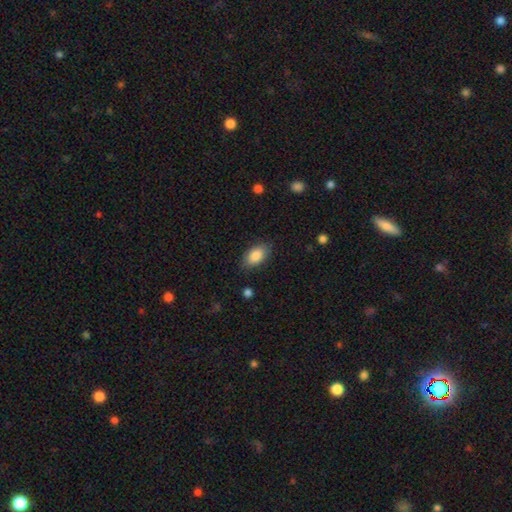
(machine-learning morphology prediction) The model was most divided on "merging": none: 83%, minor disturbance: 12%, major disturbance: 3%, merger: 1%. More confident: how rounded — in between (93%); smooth or featured — smooth (87%).